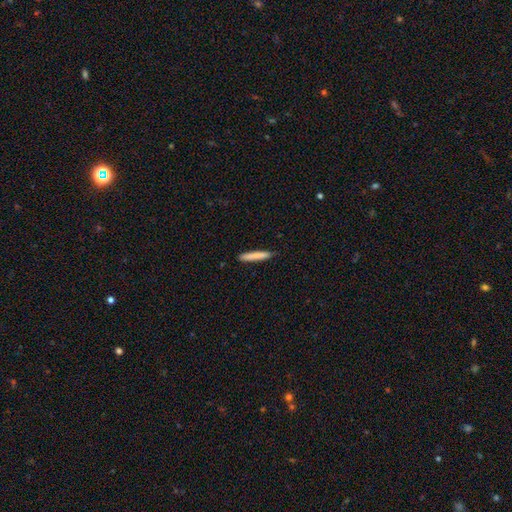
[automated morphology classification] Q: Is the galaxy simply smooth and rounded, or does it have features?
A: smooth — 83%.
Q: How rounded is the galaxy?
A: cigar-shaped — 94%.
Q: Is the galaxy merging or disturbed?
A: none — 89%.